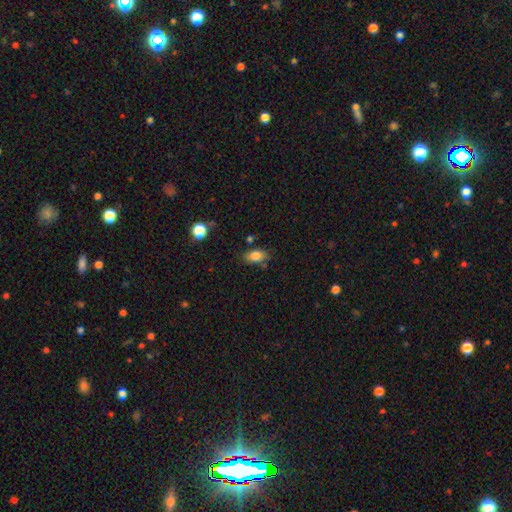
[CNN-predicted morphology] The model was most divided on "merging": none: 76%, minor disturbance: 16%, merger: 5%, major disturbance: 3%. More confident: how rounded — in between (87%); smooth or featured — smooth (82%).